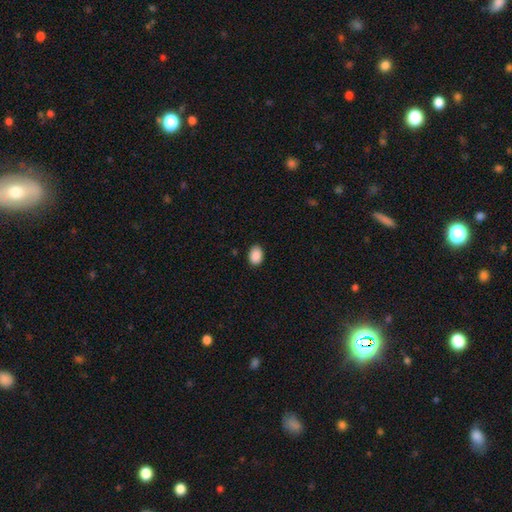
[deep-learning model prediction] Smooth or featured: smooth — 90% (star or artifact — 8%)
How rounded: in between — 81% (round — 18%)
Merging: none — 88% (minor disturbance — 9%)